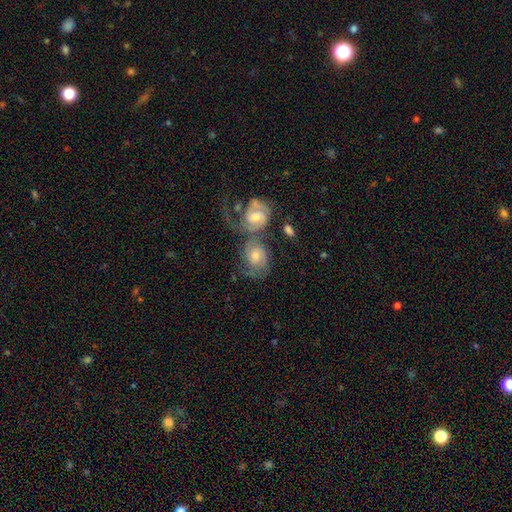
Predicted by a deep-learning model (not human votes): A featured or disk galaxy (69%) with no bar (62%), 2 (60%) tight (44%) spiral arms (93%) and a moderate central bulge (52%). Merging: merger (59%).